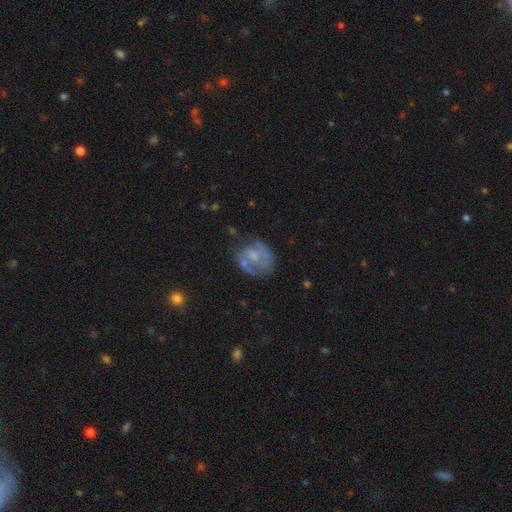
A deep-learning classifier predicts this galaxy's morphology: Smooth or featured?
  - featured or disk: 67% *
  - smooth: 25%
  - star or artifact: 8%
Edge-on disk?
  - no: 98% *
  - yes: 2%
Bar?
  - no: 59% *
  - weak: 34%
  - strong: 7%
Spiral arms?
  - yes: 76% *
  - no: 24%
Bulge size?
  - small: 38% *
  - none: 32%
  - moderate: 26%
  - large: 4%
  - dominant: 1%
Merging?
  - none: 57% *
  - minor disturbance: 22%
  - major disturbance: 16%
  - merger: 5%